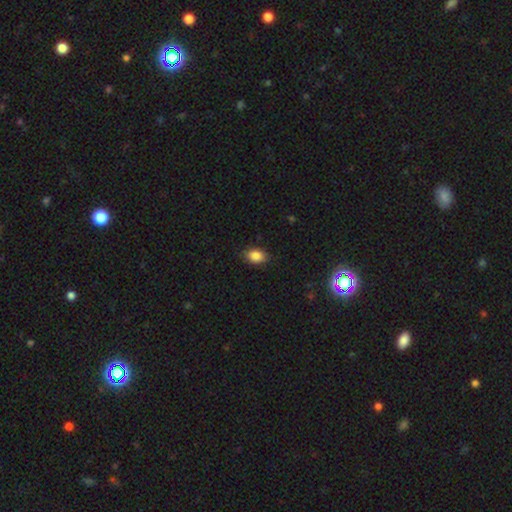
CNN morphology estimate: The model was most divided on "how rounded": in between: 81%, round: 18%, cigar-shaped: 2%. More confident: smooth or featured — smooth (86%); merging — none (84%).